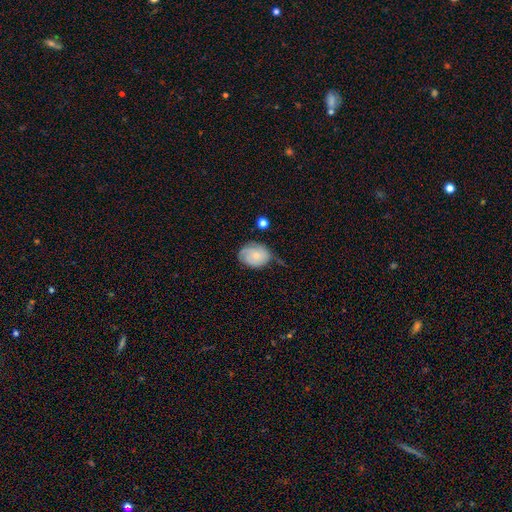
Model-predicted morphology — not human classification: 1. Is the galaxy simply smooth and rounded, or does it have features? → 65% smooth, 28% featured or disk, 8% star or artifact.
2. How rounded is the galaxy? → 63% in between, 36% round, 1% cigar-shaped.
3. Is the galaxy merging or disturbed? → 49% none, 36% minor disturbance, 11% major disturbance, 5% merger.